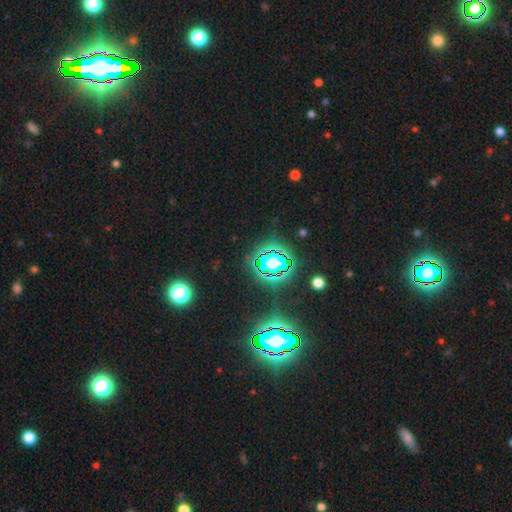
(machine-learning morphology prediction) Overall: star or artifact (82%).